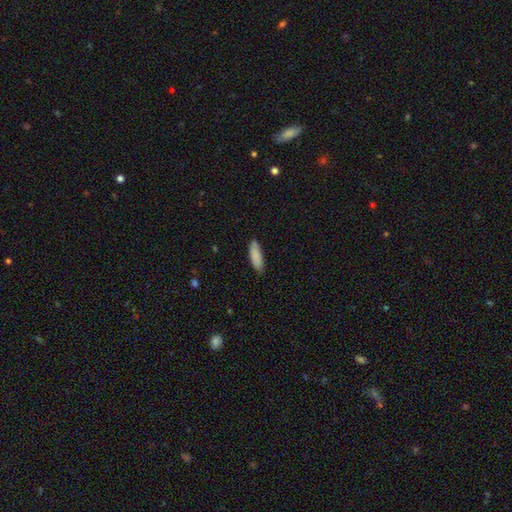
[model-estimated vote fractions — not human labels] This is clearly a smooth galaxy (88%). How rounded: possibly in between (55%). Merging: clearly none (84%).